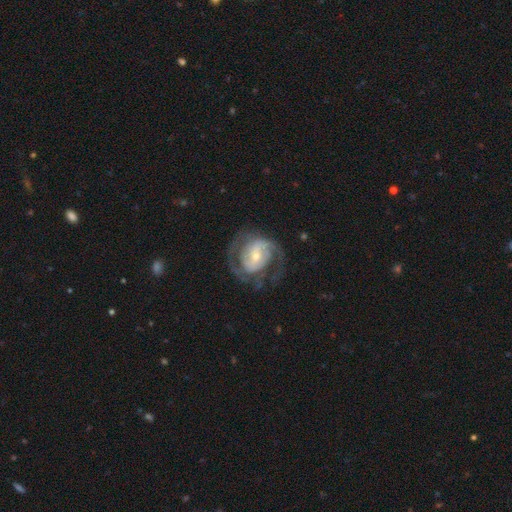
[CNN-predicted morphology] Smooth or featured? featured or disk (83%)
Edge-on disk? no (97%)
Bar? weak (43%)
Spiral arms? yes (91%)
Spiral winding? medium (47%)
Spiral arm count? 2 (67%)
Bulge size? small (54%)
Merging? none (62%)